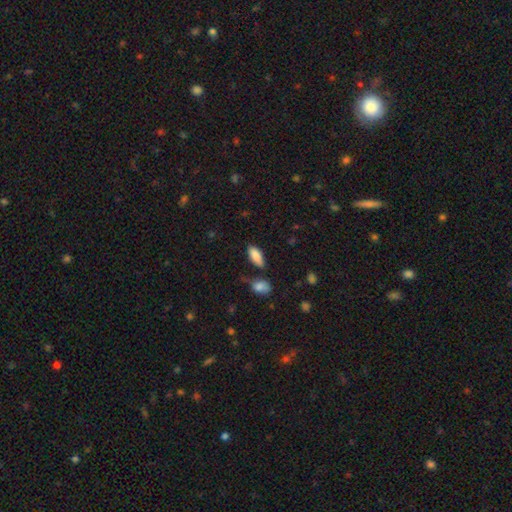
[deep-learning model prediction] smooth_or_featured: smooth (p=0.86) [alt: featured or disk p=0.08]
how_rounded: in between (p=0.84) [alt: cigar-shaped p=0.14]
merging: none (p=0.72) [alt: minor disturbance p=0.17]